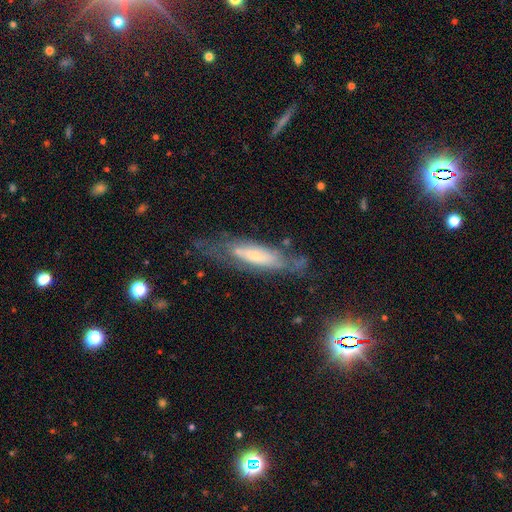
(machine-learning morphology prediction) smooth_or_featured: featured or disk (p=0.59) [alt: smooth p=0.33]
disk_edge_on: no (p=0.61) [alt: yes p=0.39]
merging: none (p=0.58) [alt: minor disturbance p=0.24]